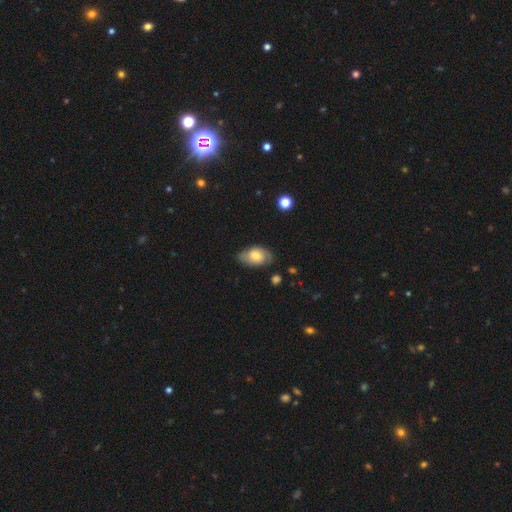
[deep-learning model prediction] Smooth or featured: smooth — 59% (featured or disk — 33%)
How rounded: in between — 89% (round — 9%)
Merging: none — 64% (minor disturbance — 28%)